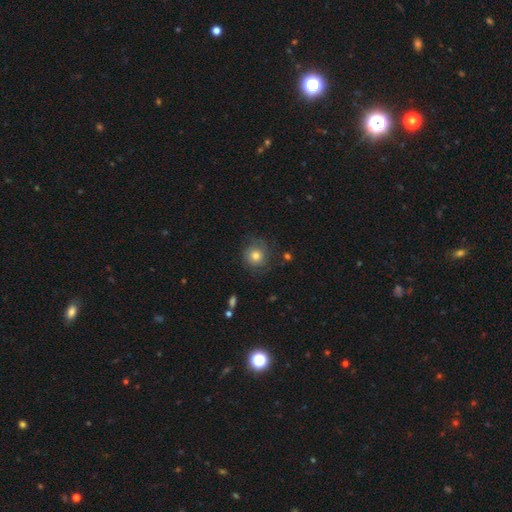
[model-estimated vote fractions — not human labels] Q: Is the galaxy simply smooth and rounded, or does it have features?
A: smooth — 59%.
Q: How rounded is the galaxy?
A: round — 89%.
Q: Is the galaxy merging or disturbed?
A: none — 73%.